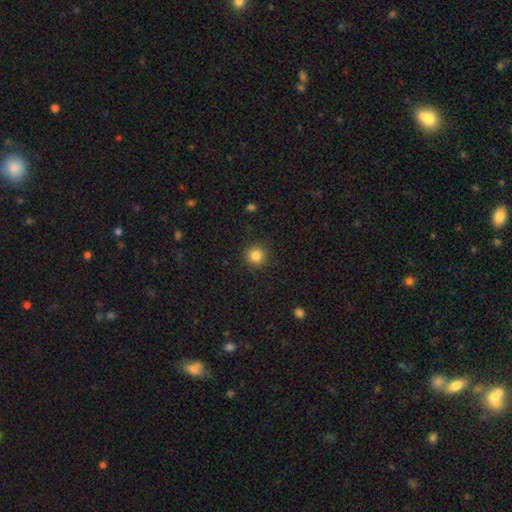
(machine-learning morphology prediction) Smooth or featured?
  - smooth: 85% *
  - star or artifact: 11%
  - featured or disk: 5%
How rounded?
  - round: 94% *
  - in between: 5%
  - cigar-shaped: 1%
Merging?
  - none: 91% *
  - minor disturbance: 6%
  - major disturbance: 2%
  - merger: 1%